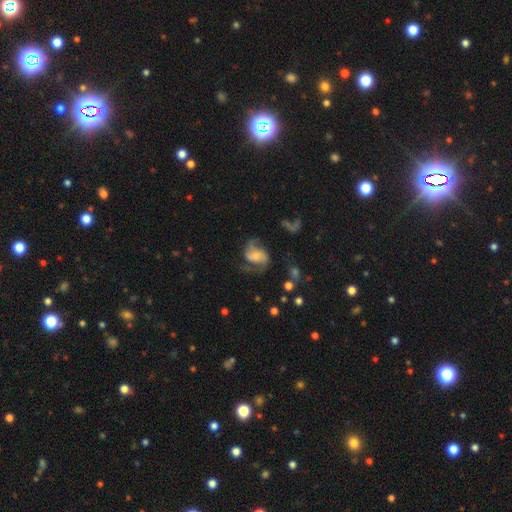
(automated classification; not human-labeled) smooth-or-featured: featured or disk: 75% | smooth: 18% | star or artifact: 8%
  disk-edge-on: no: 98% | yes: 2%
    bar: no: 50% | weak: 37% | strong: 13%
    has-spiral-arms: yes: 91% | no: 9%
      spiral-winding: medium: 44% | loose: 43% | tight: 13%
      spiral-arm-count: 2: 83% | can't tell: 6% | 1: 5% | 3: 3% | 4: 1% | more than 4: 1%
    bulge-size: small: 47% | moderate: 37% | none: 7% | large: 7% | dominant: 2%
  merging: none: 52% | major disturbance: 25% | minor disturbance: 20% | merger: 3%